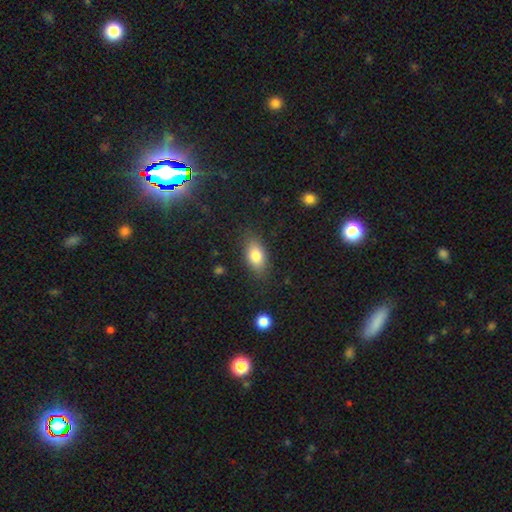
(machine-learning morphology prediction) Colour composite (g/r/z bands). It shows a smooth galaxy with no disk features (81%) that is in between round and cigar-shaped (87%). Merging: none (82%).